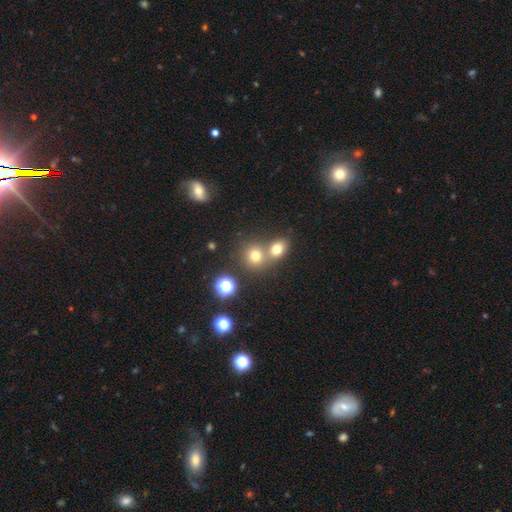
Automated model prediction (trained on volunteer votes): A smooth galaxy with no disk features (70%) that is round (79%). Merging: none (49%).